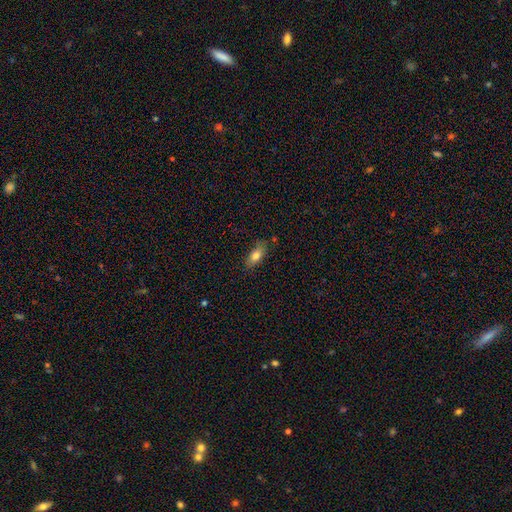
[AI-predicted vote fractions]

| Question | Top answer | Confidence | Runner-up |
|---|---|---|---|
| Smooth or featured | smooth | 77% | featured or disk (15%) |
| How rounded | in between | 81% | cigar-shaped (14%) |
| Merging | none | 75% | minor disturbance (19%) |